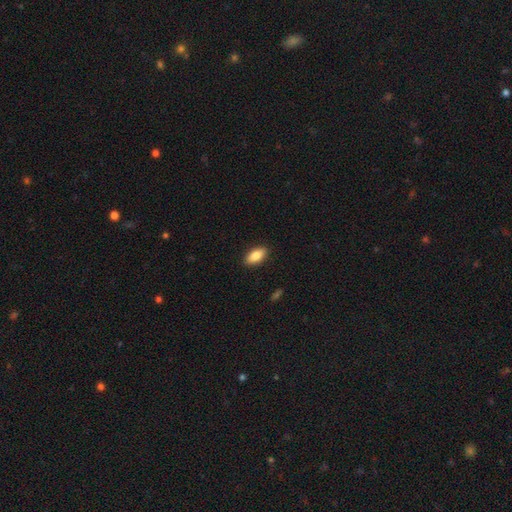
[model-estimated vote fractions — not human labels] The model was most divided on "smooth or featured": smooth: 83%, featured or disk: 11%, star or artifact: 6%. More confident: merging — none (90%); how rounded — in between (89%).